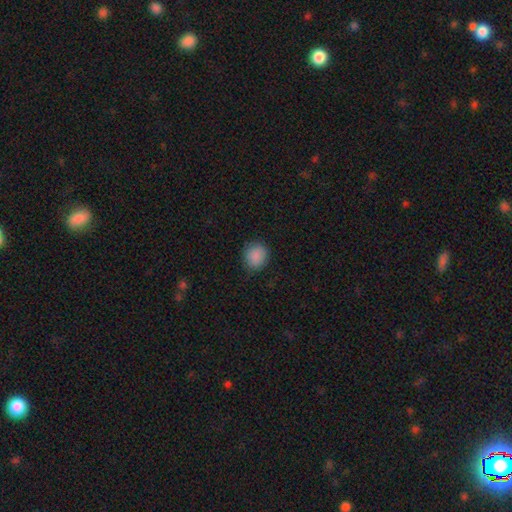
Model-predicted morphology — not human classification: smooth_or_featured: smooth (p=0.88) [alt: star or artifact p=0.09]
how_rounded: round (p=0.75) [alt: in between p=0.24]
merging: none (p=0.84) [alt: minor disturbance p=0.12]